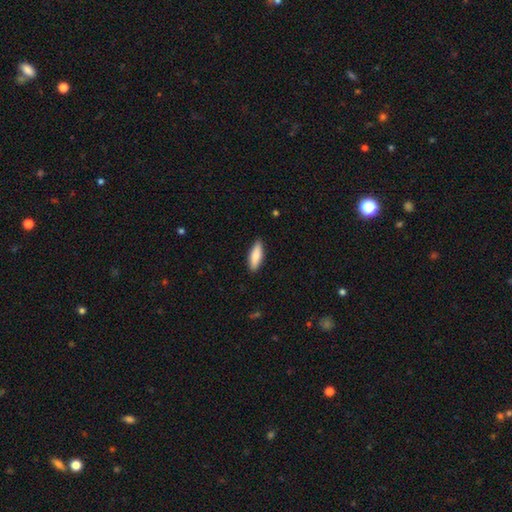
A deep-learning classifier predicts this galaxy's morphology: smooth_or_featured: smooth (p=0.83) [alt: featured or disk p=0.12]
how_rounded: in between (p=0.52) [alt: cigar-shaped p=0.46]
merging: none (p=0.89) [alt: minor disturbance p=0.08]